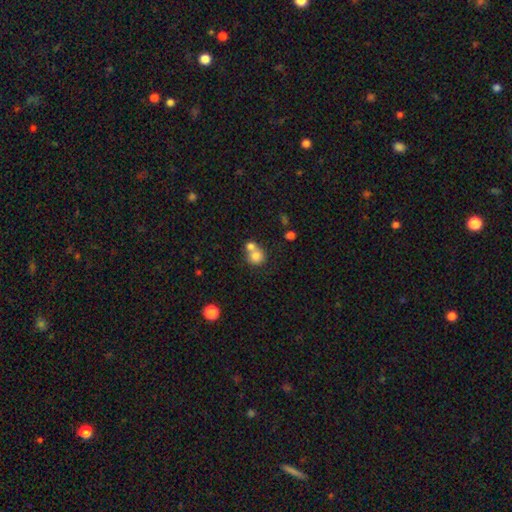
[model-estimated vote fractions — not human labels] This appears to be a smooth galaxy with no disk features (77%) that is round (80%). Merging: merger (56%).